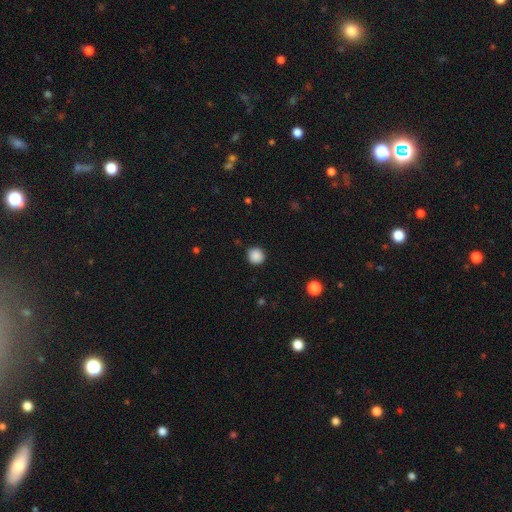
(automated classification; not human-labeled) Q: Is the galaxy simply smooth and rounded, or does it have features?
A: smooth — 88%.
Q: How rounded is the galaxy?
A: round — 93%.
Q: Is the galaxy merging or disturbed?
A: none — 90%.